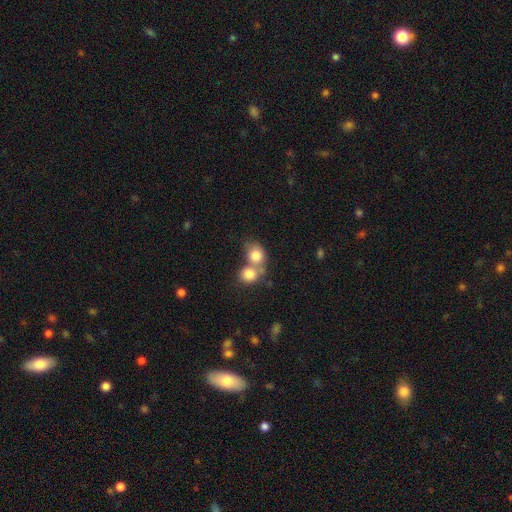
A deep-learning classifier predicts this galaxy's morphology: smooth-or-featured: smooth: 79% | featured or disk: 12% | star or artifact: 9%
  how-rounded: round: 65% | in between: 34% | cigar-shaped: 1%
  merging: merger: 63% | none: 27% | minor disturbance: 6% | major disturbance: 3%